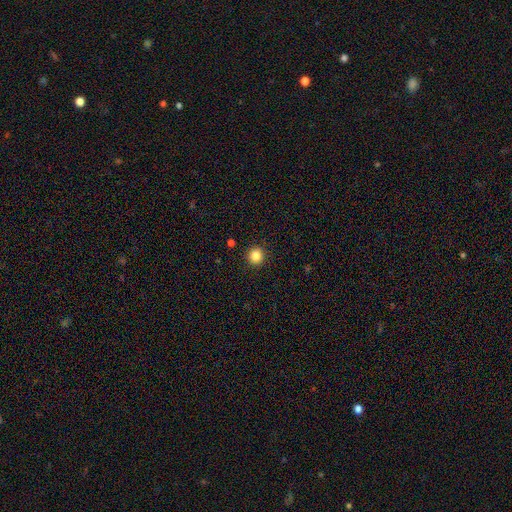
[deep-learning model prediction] Morphology: type=smooth (85%); roundness=round (93%); merging=none (92%).